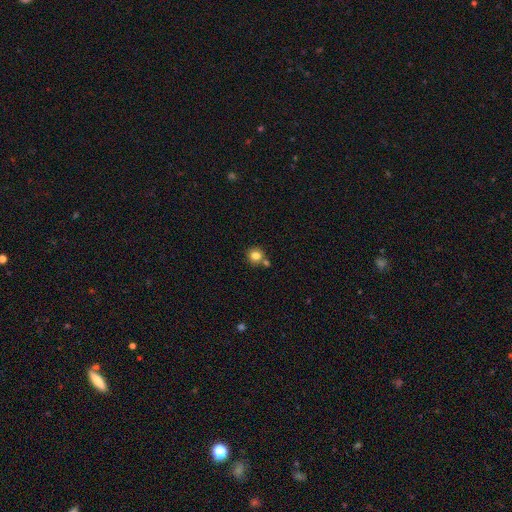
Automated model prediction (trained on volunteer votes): This appears to be a smooth galaxy with no disk features (81%) that is round (90%). Merging: none (68%).